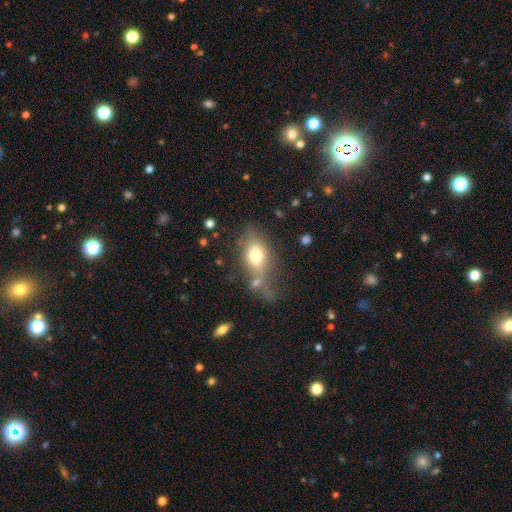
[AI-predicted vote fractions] Smooth or featured? Predicted: smooth (p=0.72). How rounded? Predicted: in between (p=0.79). Merging? Predicted: none (p=0.49).